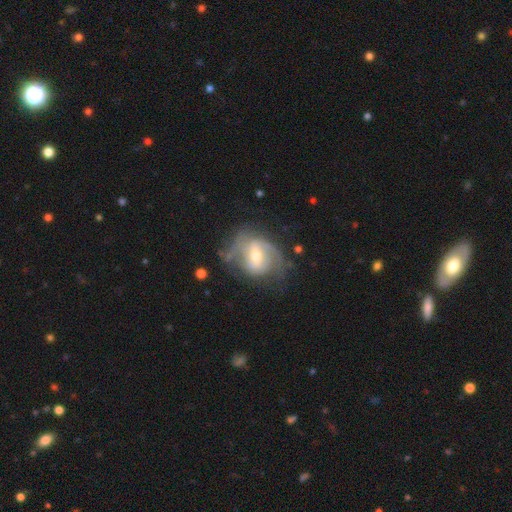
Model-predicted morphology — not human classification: The model was most divided on "spiral winding": medium: 43%, tight: 30%, loose: 26%. Remaining: edge-on disk — no (97%); spiral arms — yes (85%); smooth or featured — featured or disk (77%); spiral arm count — 2 (62%); bulge size — moderate (55%); merging — none (54%); bar — weak (48%).